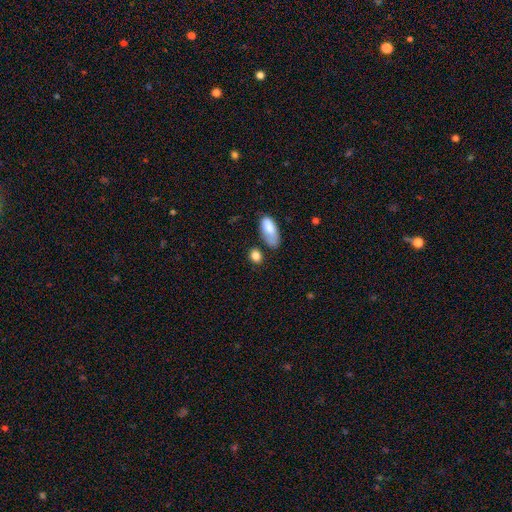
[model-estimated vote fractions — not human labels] Smooth or featured?
  - smooth: 84% *
  - star or artifact: 9%
  - featured or disk: 7%
How rounded?
  - in between: 54% *
  - round: 42%
  - cigar-shaped: 5%
Merging?
  - none: 59% *
  - minor disturbance: 21%
  - merger: 11%
  - major disturbance: 8%